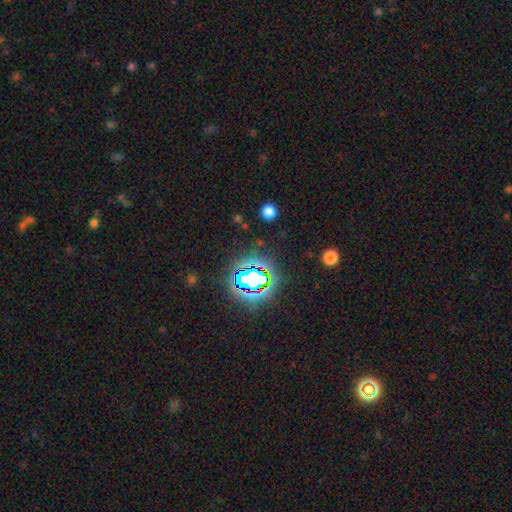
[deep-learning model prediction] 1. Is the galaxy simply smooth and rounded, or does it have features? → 77% star or artifact, 14% smooth, 9% featured or disk.